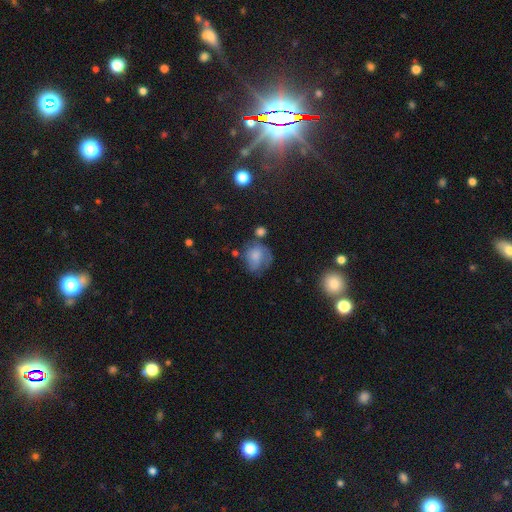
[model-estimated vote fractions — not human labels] Q: Smooth or featured?
A: smooth (61%); runner-up: featured or disk (28%)
Q: How rounded?
A: round (60%); runner-up: in between (39%)
Q: Merging?
A: none (38%); runner-up: minor disturbance (29%)